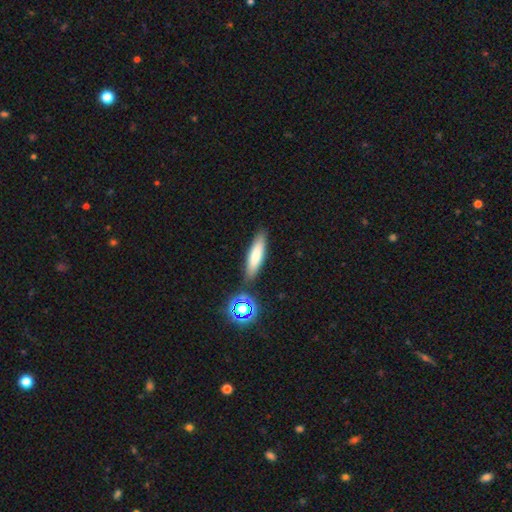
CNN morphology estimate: smooth-or-featured: smooth: 76% | featured or disk: 16% | star or artifact: 8%
  how-rounded: cigar-shaped: 68% | in between: 30% | round: 2%
  merging: none: 83% | minor disturbance: 9% | merger: 5% | major disturbance: 2%